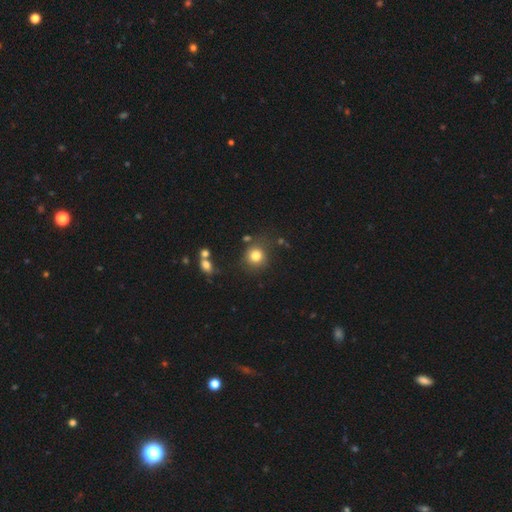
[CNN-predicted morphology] Overall: smooth (81%). How rounded: round (88%). Merging: none (76%).